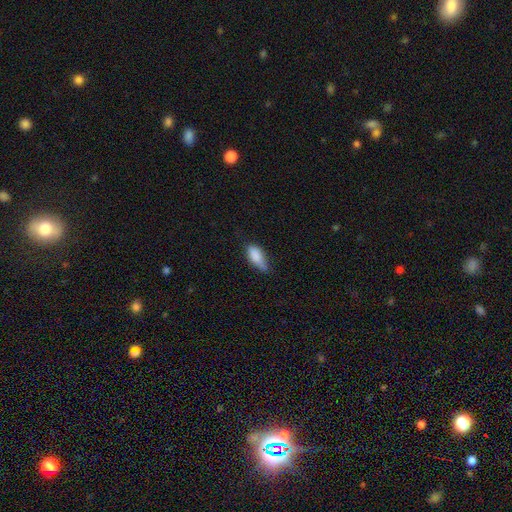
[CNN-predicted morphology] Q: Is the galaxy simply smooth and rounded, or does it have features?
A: smooth — 83%.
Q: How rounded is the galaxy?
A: in between — 81%.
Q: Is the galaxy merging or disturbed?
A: minor disturbance — 45%.